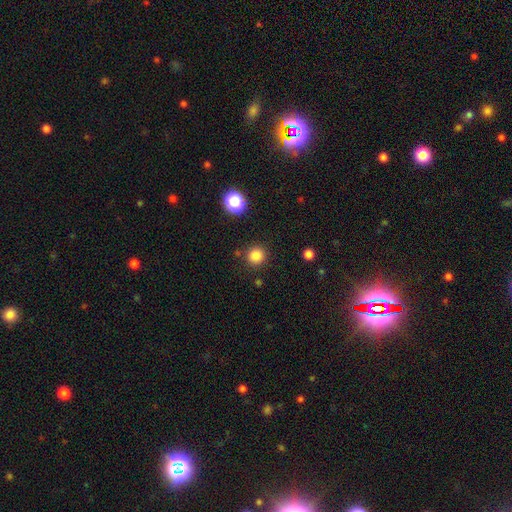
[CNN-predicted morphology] This appears to be a smooth galaxy with no disk features (84%) that is round (94%). Merging: none (89%).